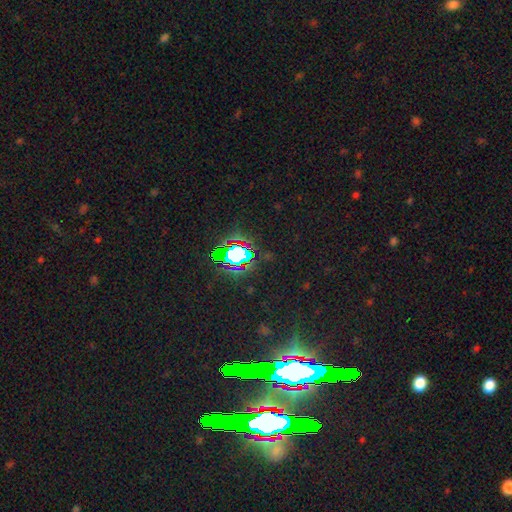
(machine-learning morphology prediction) The model was most divided on "smooth or featured": star or artifact: 81%, featured or disk: 10%, smooth: 9%.